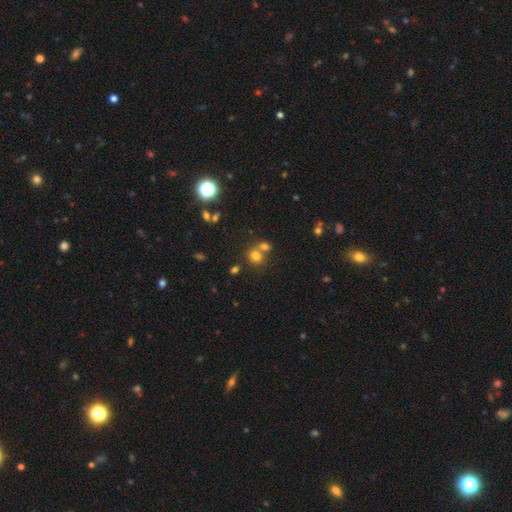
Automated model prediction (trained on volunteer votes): Smooth or featured?
  - smooth: 72% *
  - star or artifact: 19%
  - featured or disk: 10%
How rounded?
  - round: 67% *
  - in between: 32%
  - cigar-shaped: 1%
Merging?
  - none: 47% *
  - merger: 42%
  - minor disturbance: 8%
  - major disturbance: 4%